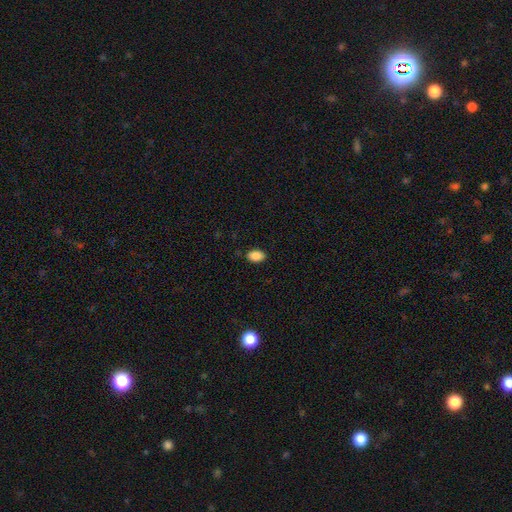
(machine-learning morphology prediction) smooth-or-featured: smooth: 88% | star or artifact: 8% | featured or disk: 4%
  how-rounded: in between: 89% | round: 10% | cigar-shaped: 1%
  merging: none: 86% | minor disturbance: 11% | major disturbance: 2% | merger: 1%